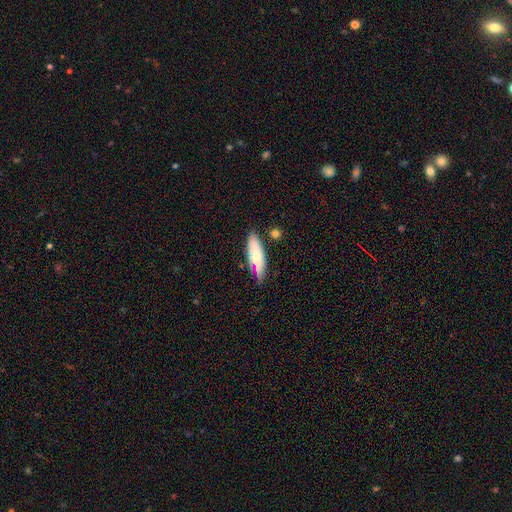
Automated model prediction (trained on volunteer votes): smooth 67%, featured or disk 26%, star or artifact 7%. Down the decision tree: how rounded — in between (55%); merging — none (79%).